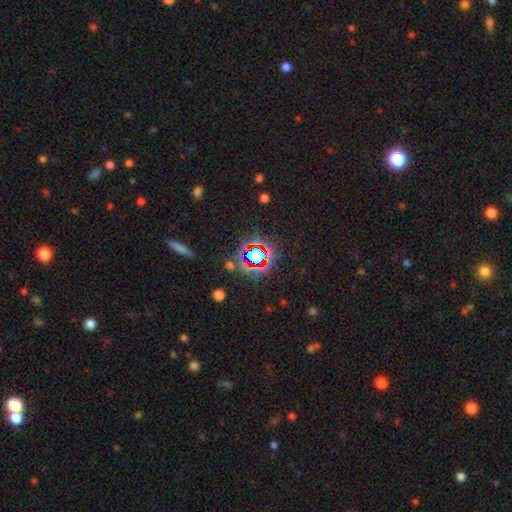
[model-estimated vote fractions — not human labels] Morphology: type=star or artifact (69%).